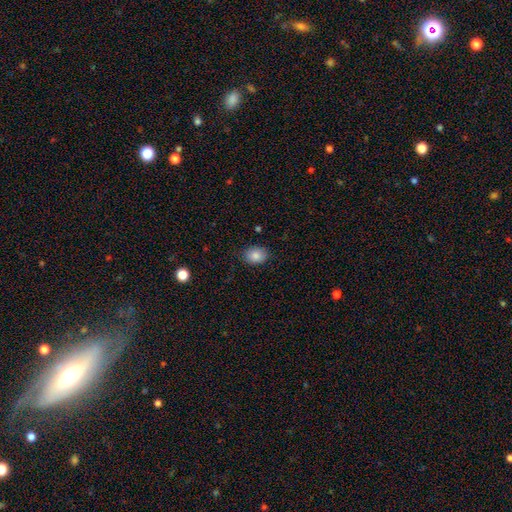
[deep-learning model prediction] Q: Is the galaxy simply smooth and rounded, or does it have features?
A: smooth — 86%.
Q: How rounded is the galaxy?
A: in between — 65%.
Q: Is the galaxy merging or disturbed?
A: none — 83%.